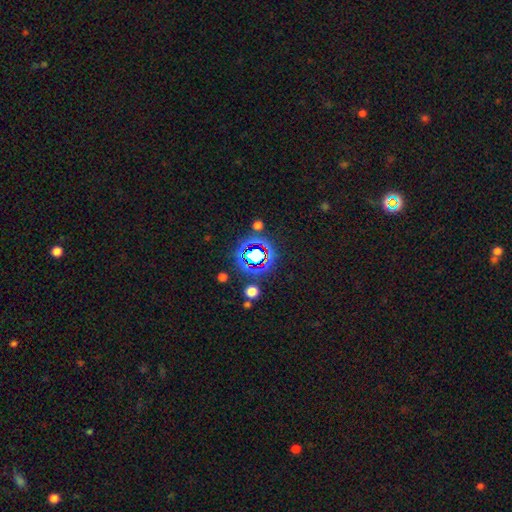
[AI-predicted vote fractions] Smooth or featured: star or artifact — 63% (smooth — 25%)